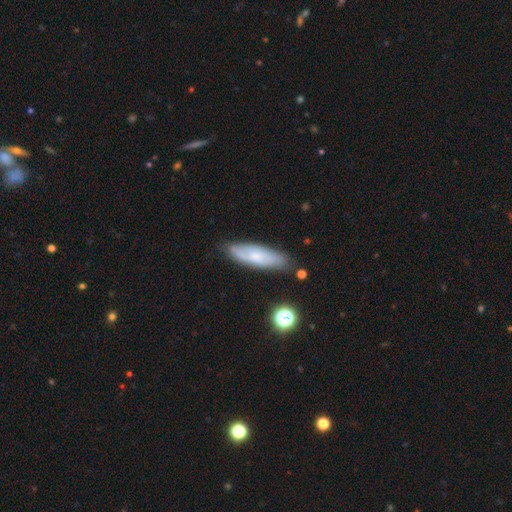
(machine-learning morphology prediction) The model was most divided on "how rounded": cigar-shaped: 59%, in between: 39%, round: 2%. More confident: merging — none (80%); smooth or featured — smooth (56%).